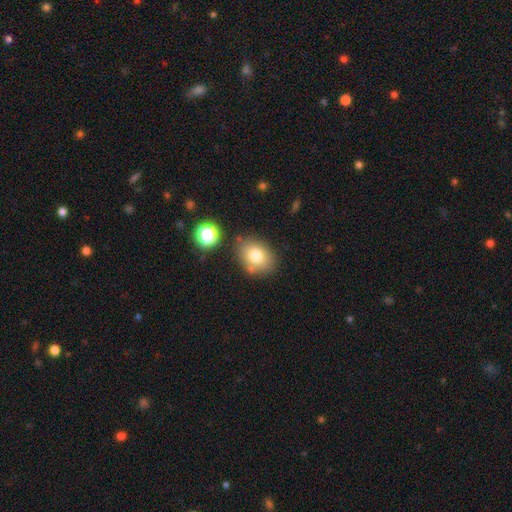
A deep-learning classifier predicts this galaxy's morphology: This appears to be a smooth galaxy with no disk features (77%) that is in between round and cigar-shaped (64%). Merging: none (75%).